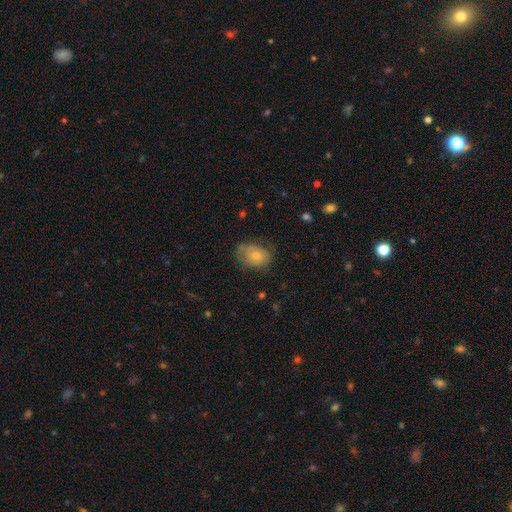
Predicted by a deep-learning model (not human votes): Overall: smooth (70%). How rounded: in between (73%). Merging: none (53%; minor disturbance 32%).